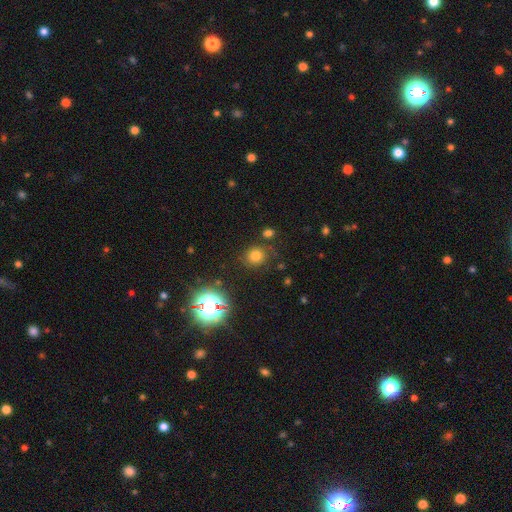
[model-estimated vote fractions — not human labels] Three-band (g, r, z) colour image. It shows a smooth galaxy with no disk features (72%) that is round (84%). Merging: none (82%).